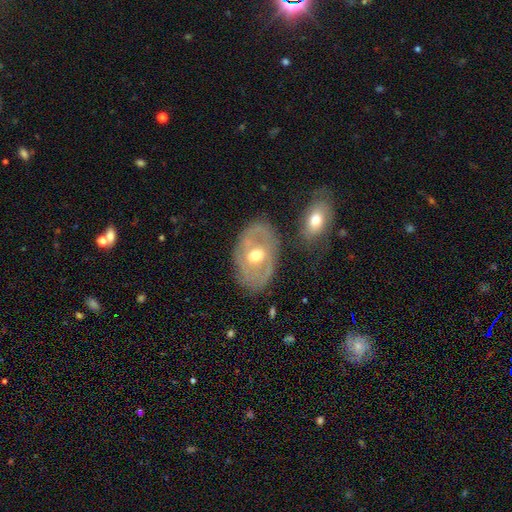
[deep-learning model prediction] featured or disk 69%, smooth 25%, star or artifact 6%. Down the decision tree: edge-on disk — no (93%); bar — no (57%); spiral arms — no (50%, tied with yes); bulge size — moderate (72%); merging — none (72%).